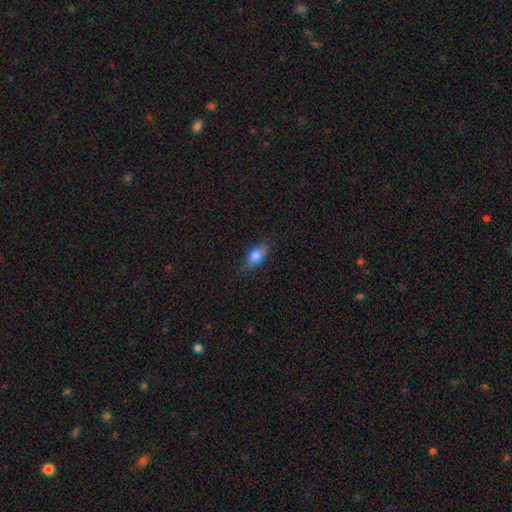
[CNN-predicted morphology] Smooth or featured? Predicted: smooth (p=0.73). How rounded? Predicted: in between (p=0.79). Merging? Predicted: none (p=0.77).